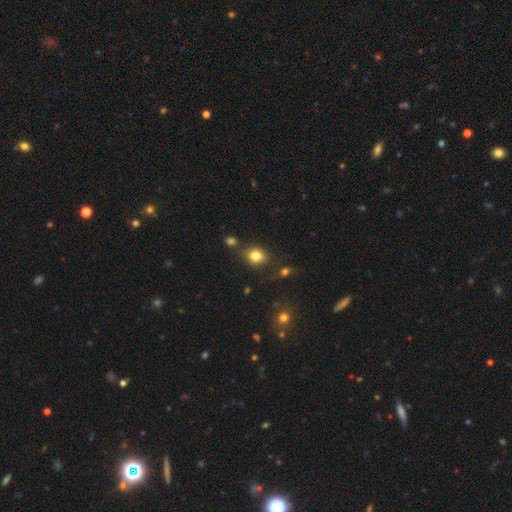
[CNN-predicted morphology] A smooth galaxy with no disk features (81%) that is round (57%).

Vote fractions:
- Smooth or featured? smooth: 81% / star or artifact: 12% / featured or disk: 8%
- How rounded? round: 57% / in between: 42% / cigar-shaped: 1%
- Merging? none: 73% / minor disturbance: 14% / merger: 8% / major disturbance: 5%